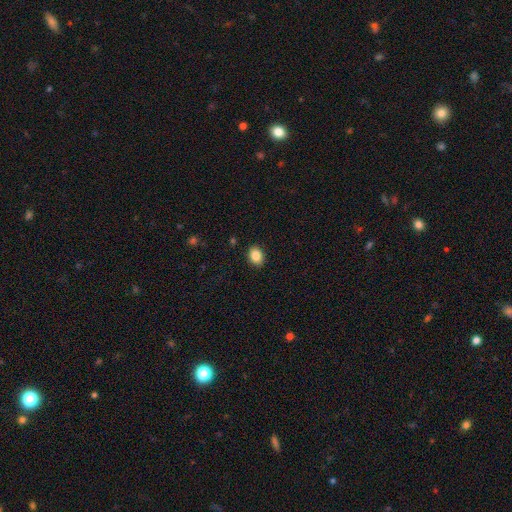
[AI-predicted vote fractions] Overall: smooth (85%). How rounded: in between (68%; round 31%). Merging: none (90%).